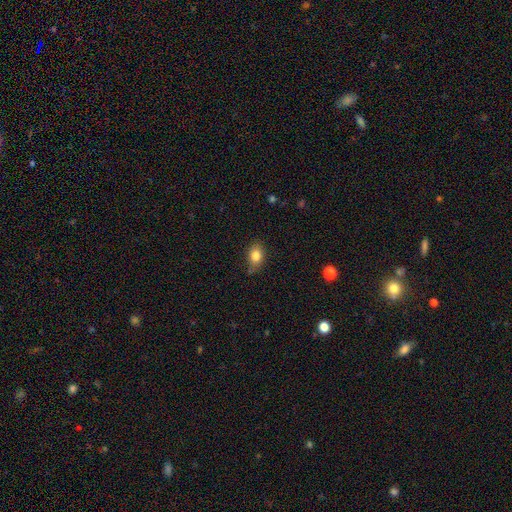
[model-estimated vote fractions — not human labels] This is clearly a smooth galaxy (82%). How rounded: likely in between (71%). Merging: likely none (70%).